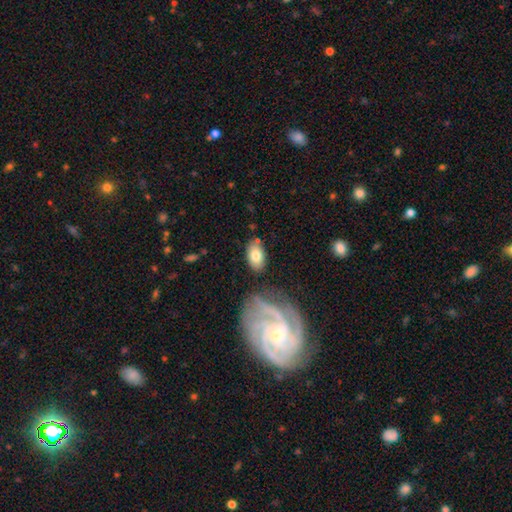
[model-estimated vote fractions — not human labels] This appears to be a smooth galaxy with no disk features (77%) that is in between round and cigar-shaped (91%). Merging: none (76%).